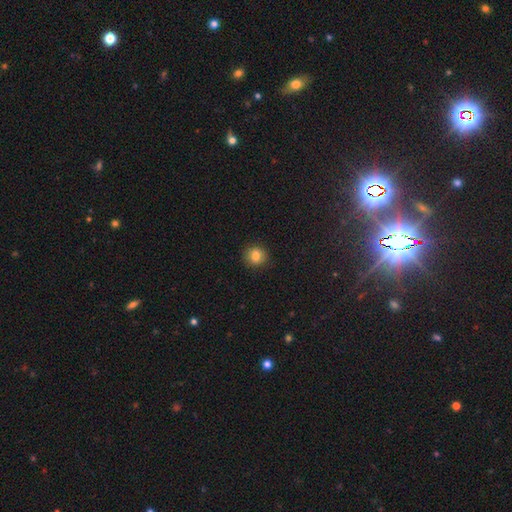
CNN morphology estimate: This is clearly a smooth galaxy (82%). How rounded: clearly round (86%). Merging: clearly none (89%).